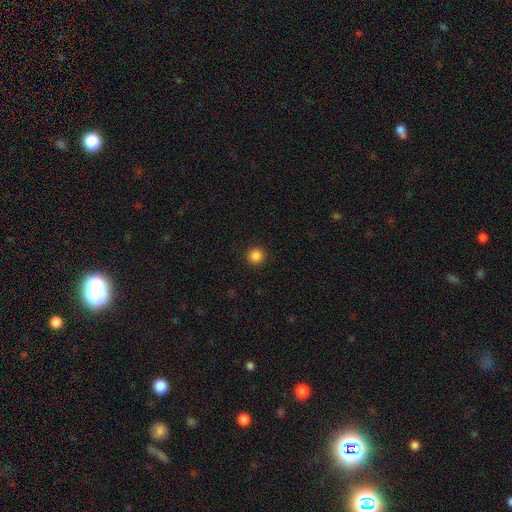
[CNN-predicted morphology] type=smooth (86%); roundness=round (95%); merging=none (93%).